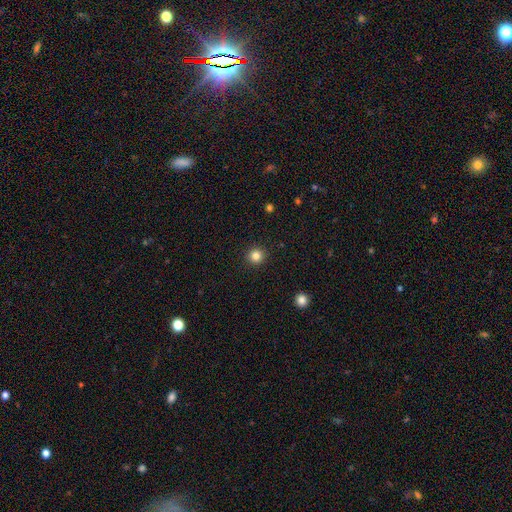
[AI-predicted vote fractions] A smooth galaxy with no disk features (83%) that is round (94%).

Vote fractions:
- Smooth or featured? smooth: 83% / star or artifact: 12% / featured or disk: 5%
- How rounded? round: 94% / in between: 5% / cigar-shaped: 1%
- Merging? none: 92% / minor disturbance: 5% / major disturbance: 2% / merger: 1%